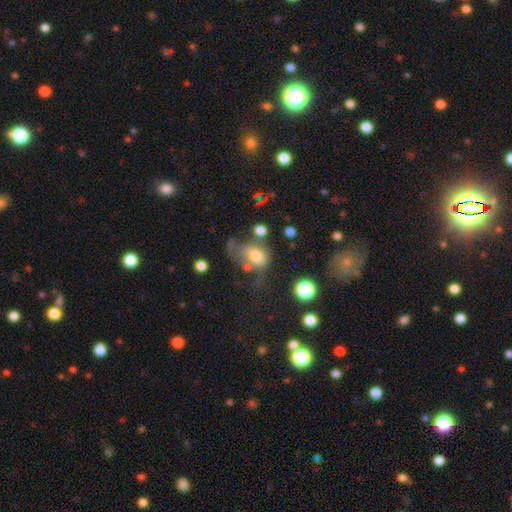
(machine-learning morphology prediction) Overall: smooth (62%; featured or disk 26%). How rounded: in between (66%; round 32%). Merging: major disturbance (39%; none 22%).